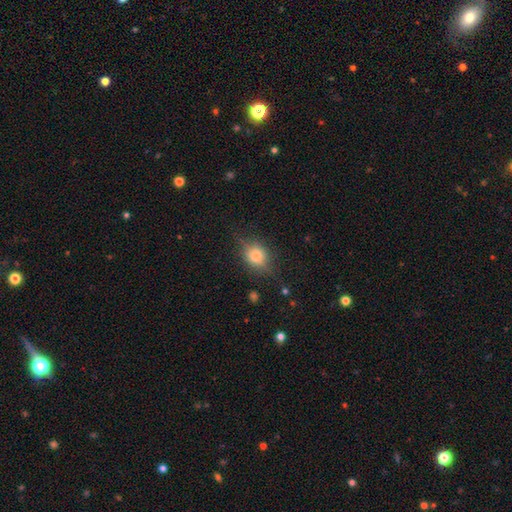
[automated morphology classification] smooth 60%, featured or disk 28%, star or artifact 12%. Down the decision tree: how rounded — round (50%); merging — none (70%).